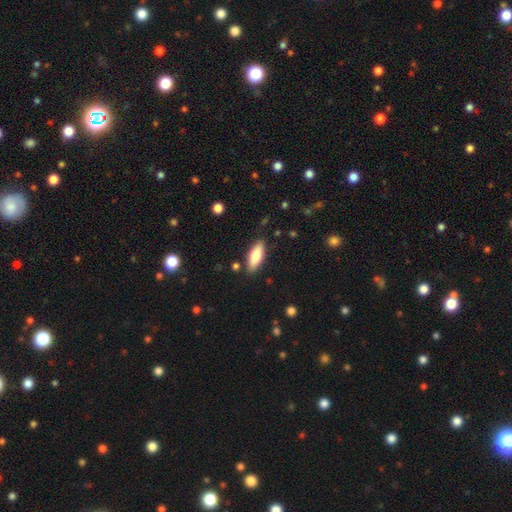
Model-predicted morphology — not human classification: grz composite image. It shows a smooth galaxy with no disk features (77%) that is in between round and cigar-shaped (70%). Merging: none (85%).